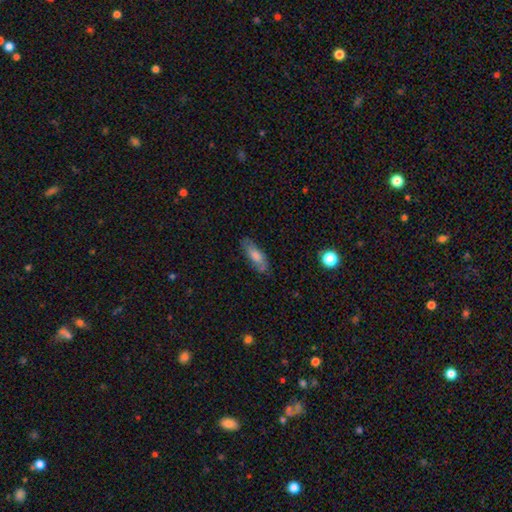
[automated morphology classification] A smooth galaxy with no disk features (64%) that is in between round and cigar-shaped (61%). Merging: none (77%).